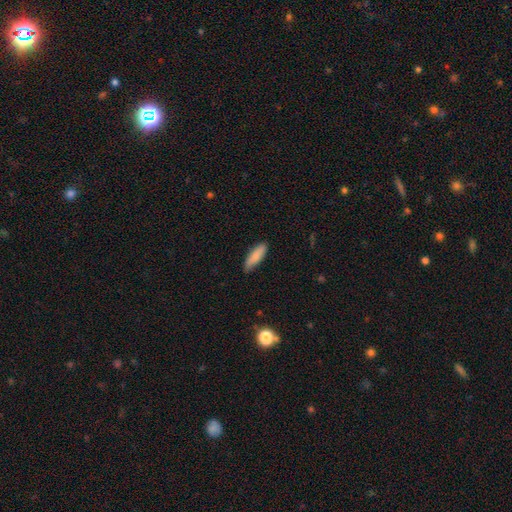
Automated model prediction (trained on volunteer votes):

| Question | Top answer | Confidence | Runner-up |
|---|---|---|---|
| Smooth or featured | smooth | 86% | featured or disk (9%) |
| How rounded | cigar-shaped | 55% | in between (43%) |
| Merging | none | 83% | minor disturbance (14%) |